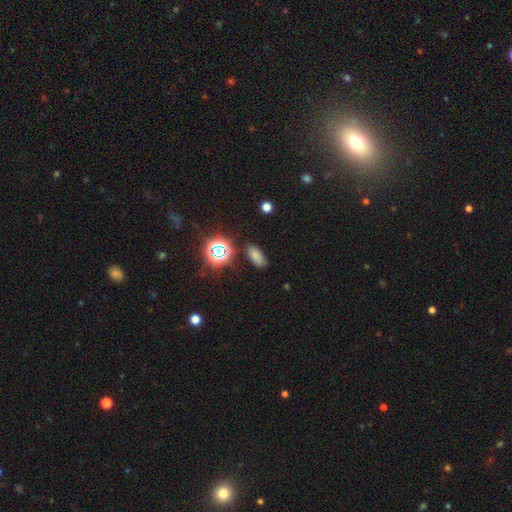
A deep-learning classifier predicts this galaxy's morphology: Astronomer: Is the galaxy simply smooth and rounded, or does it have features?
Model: smooth — 70%.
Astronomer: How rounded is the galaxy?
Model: in between — 85%.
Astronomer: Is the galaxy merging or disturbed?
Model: none — 83%.